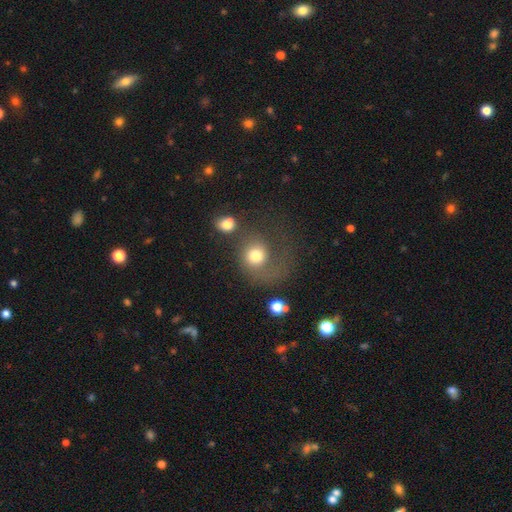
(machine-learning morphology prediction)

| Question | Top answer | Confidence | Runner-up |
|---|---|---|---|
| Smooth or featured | smooth | 68% | featured or disk (21%) |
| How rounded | round | 77% | in between (22%) |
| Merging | major disturbance | 41% | none (31%) |